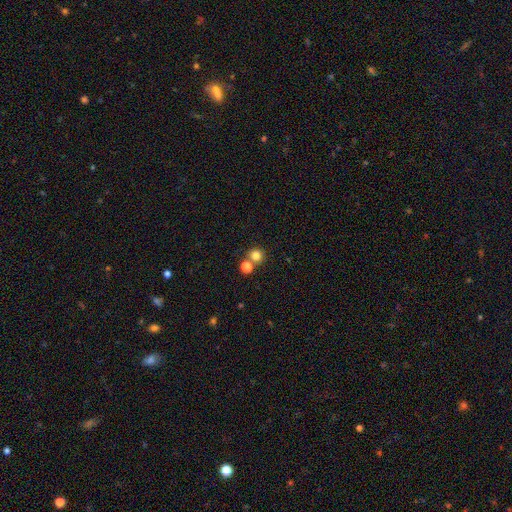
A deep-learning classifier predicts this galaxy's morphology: Q: Smooth or featured?
A: smooth (80%); runner-up: star or artifact (14%)
Q: How rounded?
A: round (91%); runner-up: in between (8%)
Q: Merging?
A: none (65%); runner-up: merger (26%)